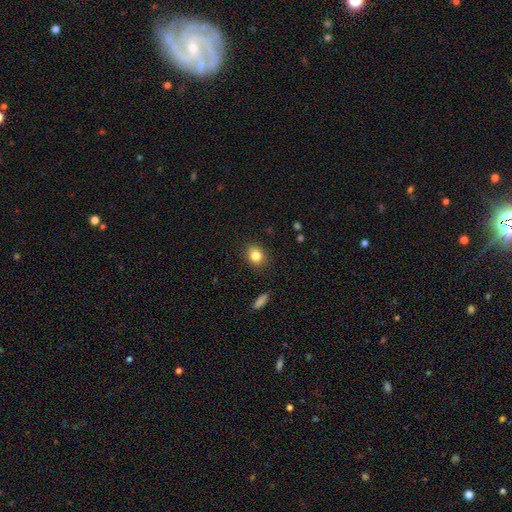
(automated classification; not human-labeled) The model was most divided on "how rounded": round: 71%, in between: 28%, cigar-shaped: 1%. More confident: merging — none (88%); smooth or featured — smooth (82%).